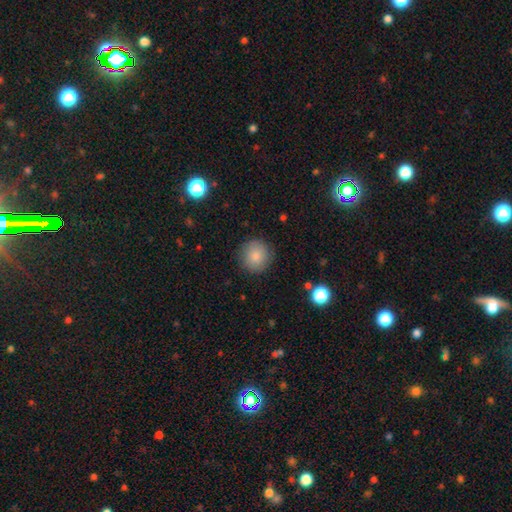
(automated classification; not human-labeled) Smooth or featured?
  - smooth: 84% *
  - star or artifact: 9%
  - featured or disk: 7%
How rounded?
  - round: 92% *
  - in between: 7%
  - cigar-shaped: 1%
Merging?
  - none: 88% *
  - minor disturbance: 9%
  - major disturbance: 3%
  - merger: 1%